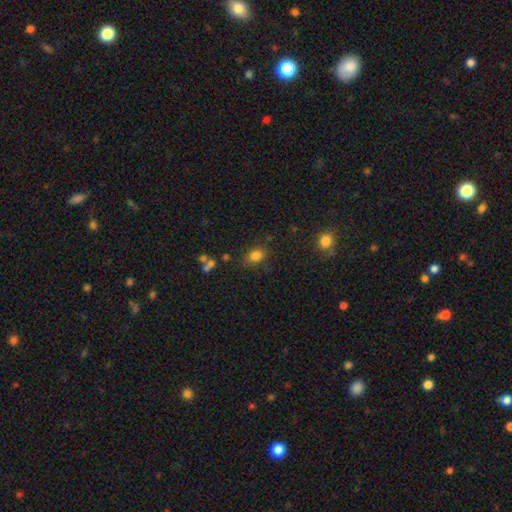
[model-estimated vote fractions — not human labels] This appears to be a smooth galaxy with no disk features (81%) that is in between round and cigar-shaped (61%). Merging: none (79%).